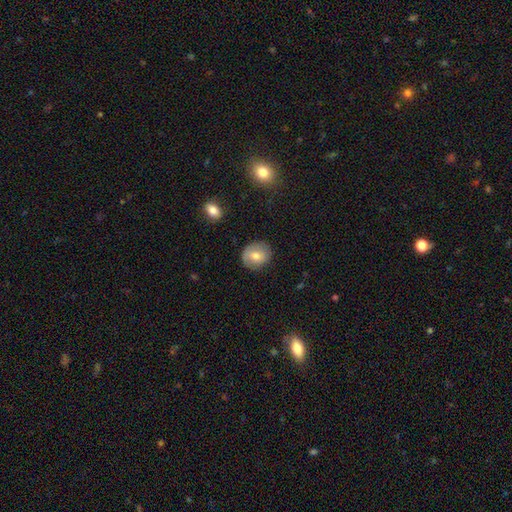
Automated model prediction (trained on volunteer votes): Smooth or featured? smooth (66%)
How rounded? round (74%)
Merging? none (80%)